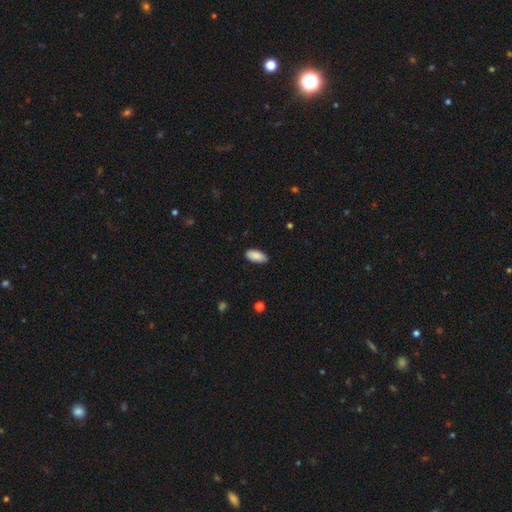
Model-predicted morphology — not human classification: Q: Smooth or featured?
A: smooth (89%); runner-up: star or artifact (6%)
Q: How rounded?
A: in between (92%); runner-up: cigar-shaped (7%)
Q: Merging?
A: none (85%); runner-up: minor disturbance (12%)